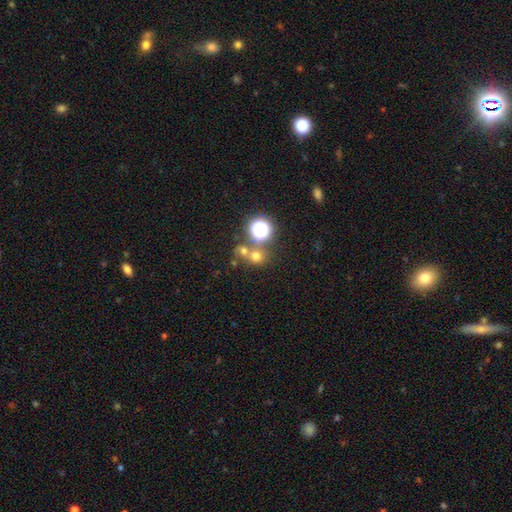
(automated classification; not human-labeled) A smooth galaxy with no disk features (63%) that is round (85%).

Vote fractions:
- Smooth or featured? smooth: 63% / star or artifact: 27% / featured or disk: 10%
- How rounded? round: 85% / in between: 14% / cigar-shaped: 1%
- Merging? none: 58% / merger: 30% / minor disturbance: 7% / major disturbance: 4%